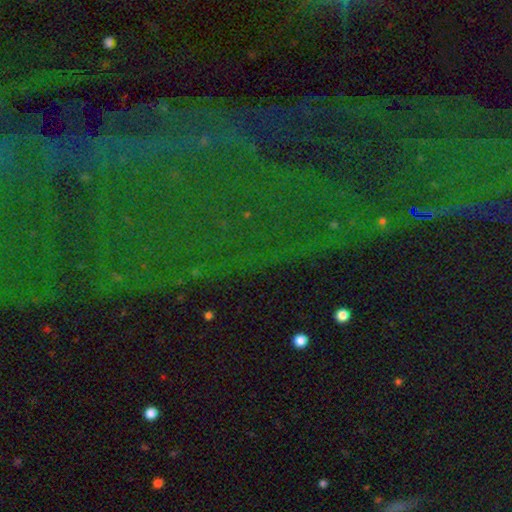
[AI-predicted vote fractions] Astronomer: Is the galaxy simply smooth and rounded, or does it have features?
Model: star or artifact — 83%.